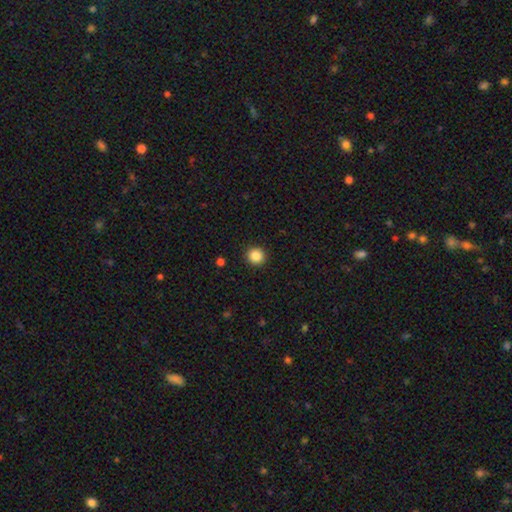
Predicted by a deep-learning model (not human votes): smooth-or-featured: smooth: 86% | star or artifact: 10% | featured or disk: 4%
  how-rounded: round: 94% | in between: 5% | cigar-shaped: 1%
  merging: none: 93% | minor disturbance: 4% | major disturbance: 2% | merger: 1%